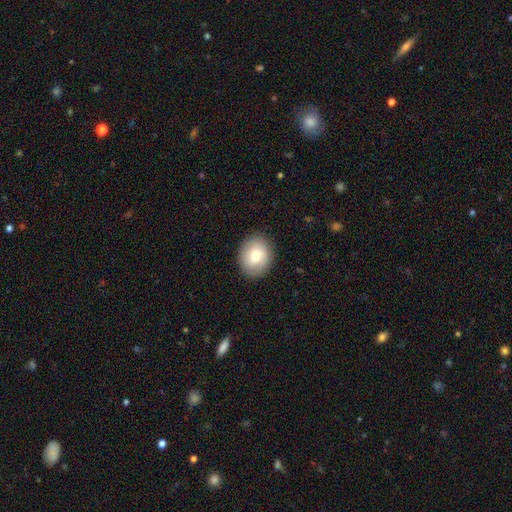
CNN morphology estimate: smooth 73%, featured or disk 19%, star or artifact 8%. Down the decision tree: how rounded — round (61%); merging — none (87%).